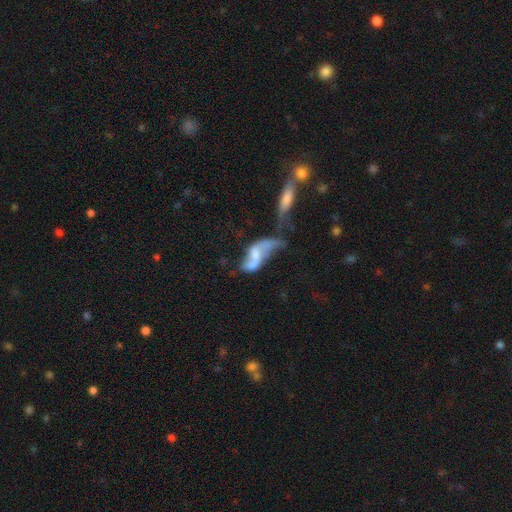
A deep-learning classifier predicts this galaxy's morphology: smooth_or_featured: featured or disk (p=0.61) [alt: smooth p=0.30]
disk_edge_on: no (p=0.92) [alt: yes p=0.08]
bar: no (p=0.57) [alt: weak p=0.31]
has_spiral_arms: yes (p=0.60) [alt: no p=0.40]
bulge_size: none (p=0.31) [tied with: moderate p=0.31]
merging: merger (p=0.50) [alt: major disturbance p=0.24]